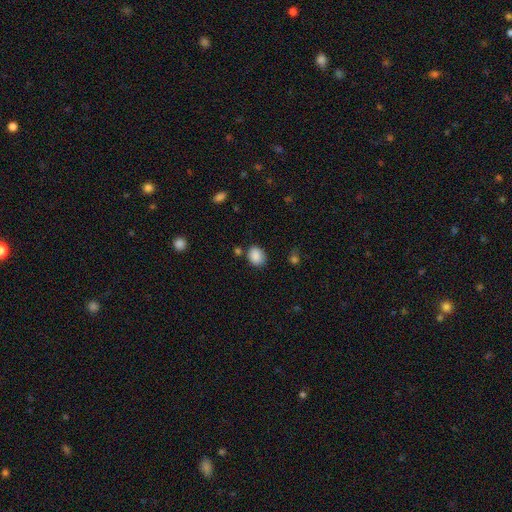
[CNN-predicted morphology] A smooth galaxy with no disk features (88%) that is in between round and cigar-shaped (51%).

Vote fractions:
- Smooth or featured? smooth: 88% / star or artifact: 8% / featured or disk: 4%
- How rounded? in between: 51% / round: 48% / cigar-shaped: 1%
- Merging? none: 77% / minor disturbance: 15% / merger: 5% / major disturbance: 4%